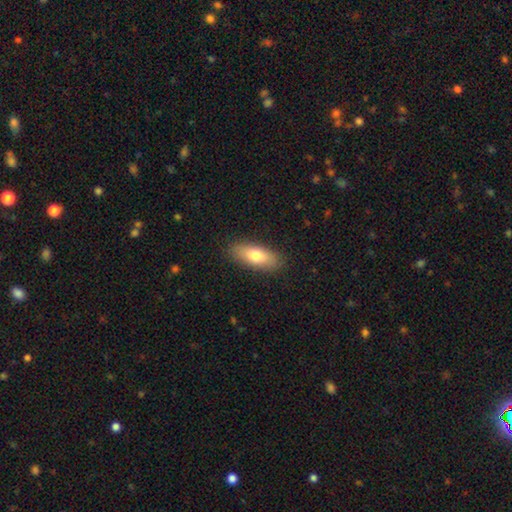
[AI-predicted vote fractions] Overall: smooth (76%). How rounded: in between (75%). Merging: none (87%).